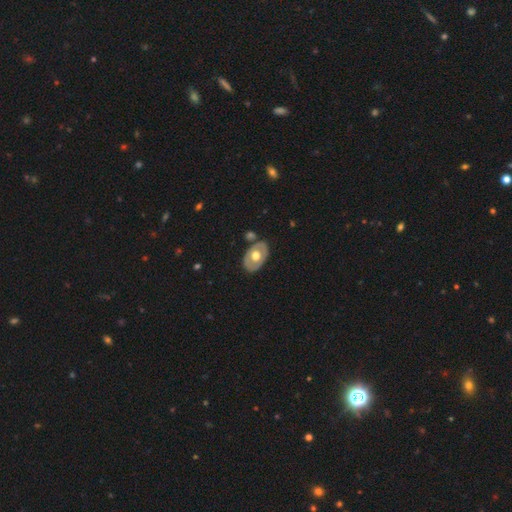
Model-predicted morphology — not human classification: Q: Smooth or featured?
A: featured or disk (49%); runner-up: smooth (46%)
Q: Merging?
A: none (76%); runner-up: minor disturbance (14%)